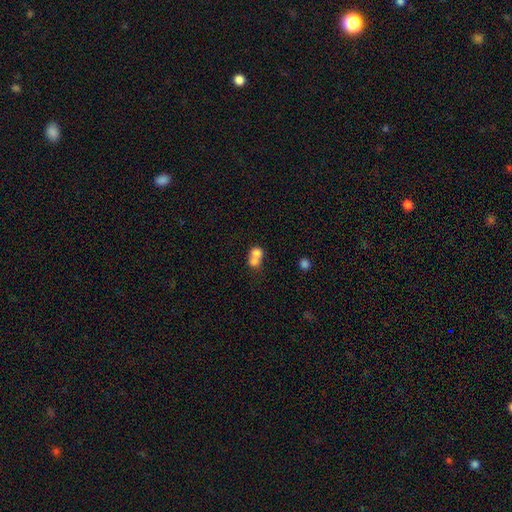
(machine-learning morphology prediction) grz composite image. It shows a smooth galaxy with no disk features (73%) that is round (56%). Merging: merger (67%).